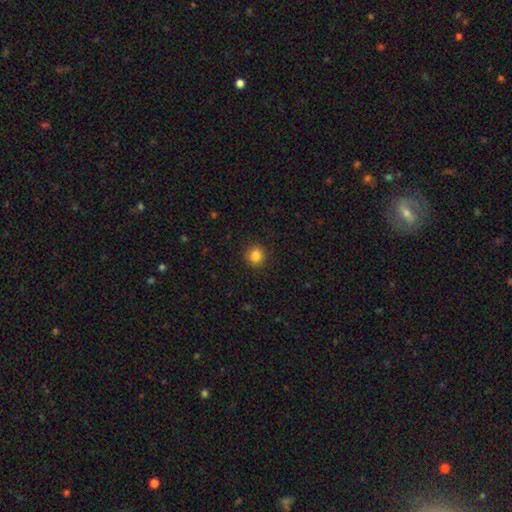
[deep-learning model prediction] A smooth galaxy with no disk features (85%) that is round (93%). Merging: none (91%).